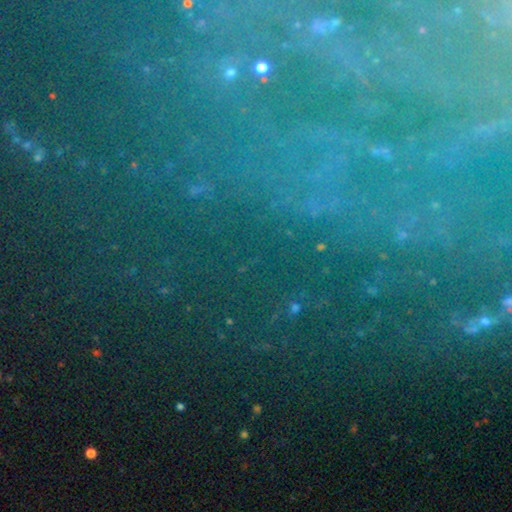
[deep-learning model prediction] Overall: star or artifact (55%; featured or disk 30%).